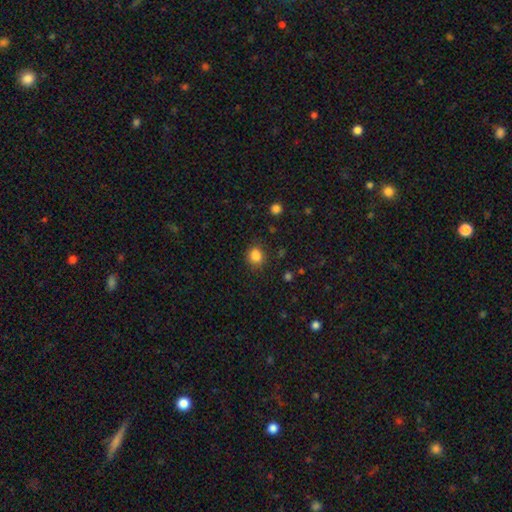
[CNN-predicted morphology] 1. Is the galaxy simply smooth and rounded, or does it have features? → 85% smooth, 12% star or artifact, 4% featured or disk.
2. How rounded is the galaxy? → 75% round, 24% in between, 1% cigar-shaped.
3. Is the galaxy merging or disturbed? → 82% none, 12% minor disturbance, 4% major disturbance, 2% merger.